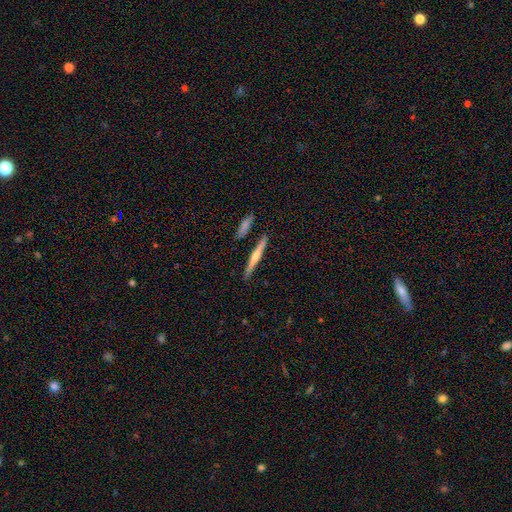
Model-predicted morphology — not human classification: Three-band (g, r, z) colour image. It shows a smooth galaxy with no disk features (48%). Merging: none (86%).